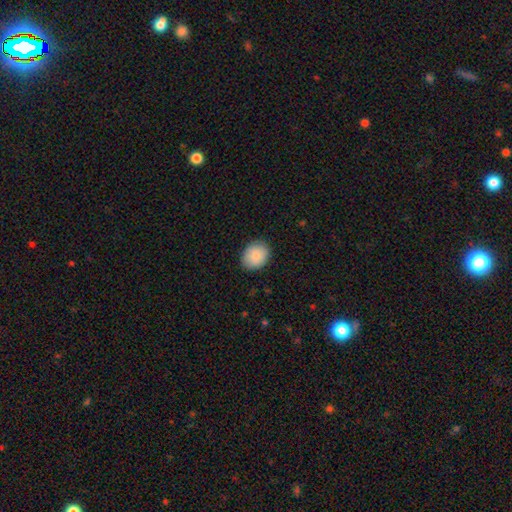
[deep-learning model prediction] Smooth or featured: smooth — 88% (star or artifact — 7%)
How rounded: in between — 50% (tied with round — 50%)
Merging: none — 87% (minor disturbance — 9%)